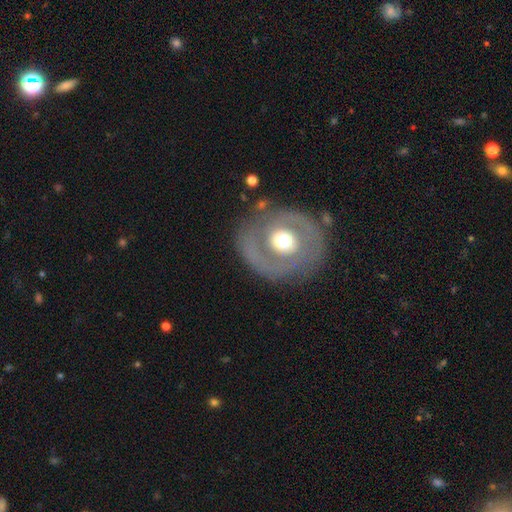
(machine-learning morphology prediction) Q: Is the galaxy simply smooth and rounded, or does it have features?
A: featured or disk — 72%.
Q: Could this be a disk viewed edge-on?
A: no — 96%.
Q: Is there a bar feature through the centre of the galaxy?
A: no — 69%.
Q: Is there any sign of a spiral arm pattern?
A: yes — 59%.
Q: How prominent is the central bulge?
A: moderate — 70%.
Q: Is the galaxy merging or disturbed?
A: none — 76%.